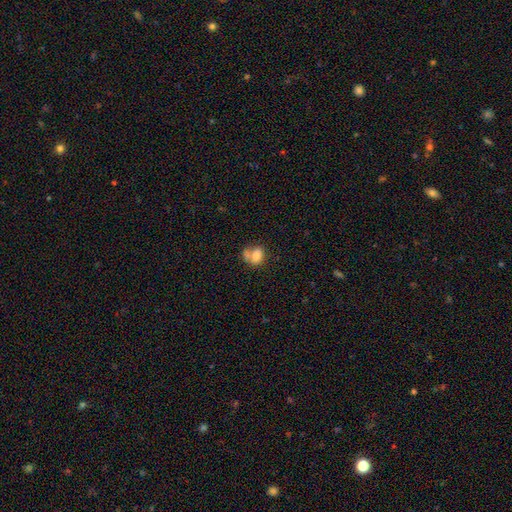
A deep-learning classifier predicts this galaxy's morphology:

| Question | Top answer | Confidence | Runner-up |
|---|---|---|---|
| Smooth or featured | smooth | 74% | featured or disk (16%) |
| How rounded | in between | 60% | round (38%) |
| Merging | merger | 39% | none (30%) |